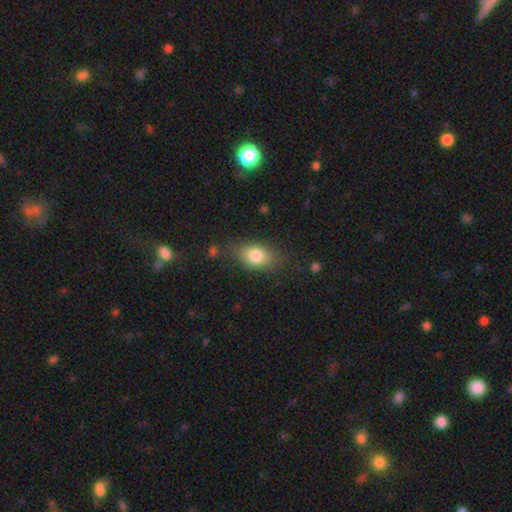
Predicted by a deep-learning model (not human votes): Overall: smooth (80%). How rounded: in between (82%). Merging: none (73%).